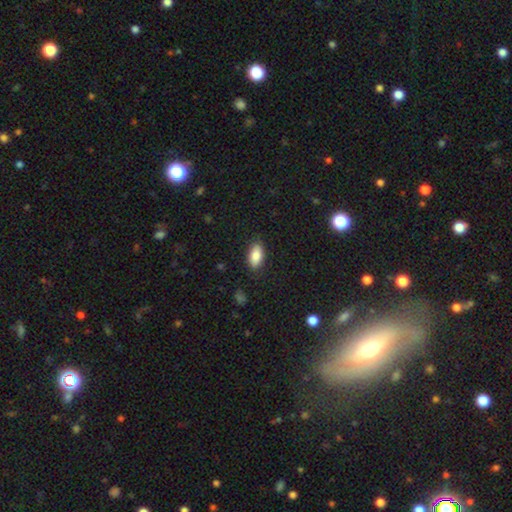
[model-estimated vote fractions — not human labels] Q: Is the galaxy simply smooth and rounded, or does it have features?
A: smooth — 85%.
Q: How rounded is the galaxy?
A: in between — 91%.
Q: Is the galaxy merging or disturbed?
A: none — 85%.